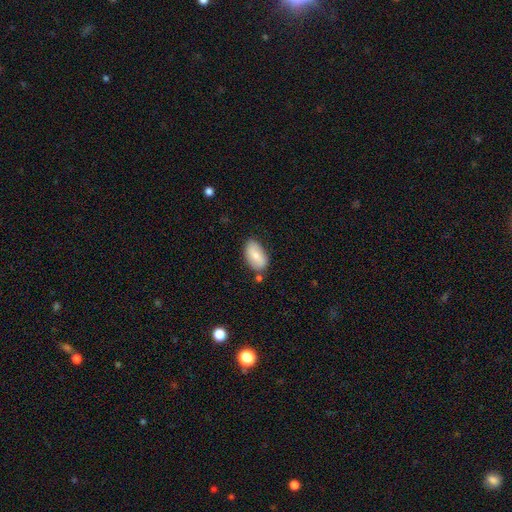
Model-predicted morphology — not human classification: A smooth galaxy with no disk features (69%) that is in between round and cigar-shaped (94%). Merging: none (75%).